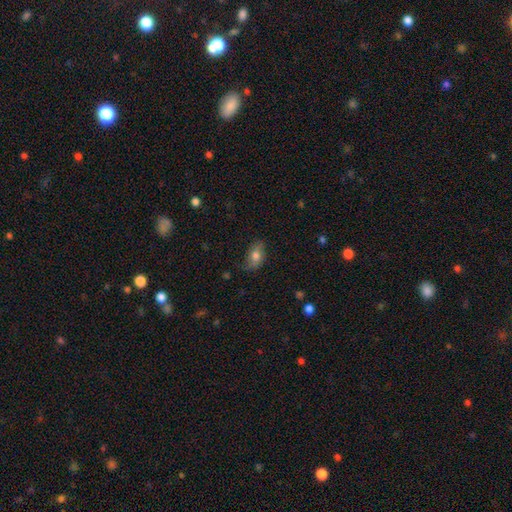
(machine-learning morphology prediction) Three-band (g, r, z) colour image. It shows a smooth galaxy with no disk features (73%) that is in between round and cigar-shaped (88%). Merging: none (71%).